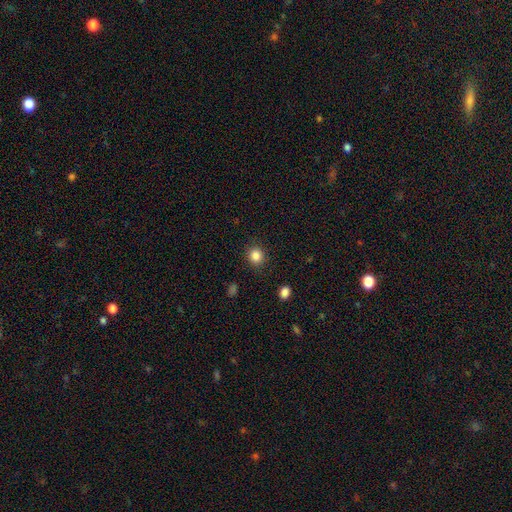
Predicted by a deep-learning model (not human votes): Smooth or featured? Predicted: smooth (p=0.85). How rounded? Predicted: round (p=0.87). Merging? Predicted: none (p=0.90).